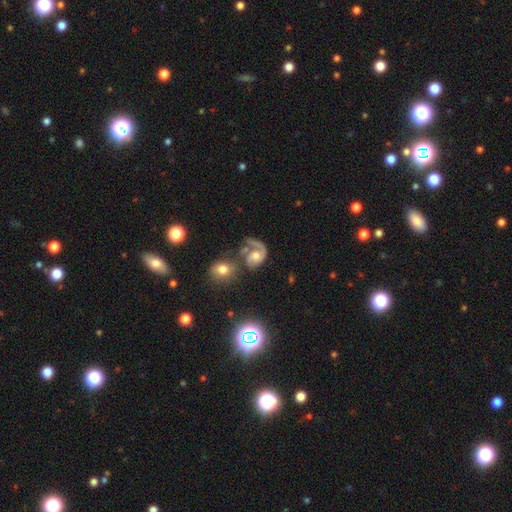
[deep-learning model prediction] smooth-or-featured: featured or disk: 75% | smooth: 17% | star or artifact: 8%
  disk-edge-on: no: 98% | yes: 2%
    bar: no: 71% | weak: 24% | strong: 5%
    has-spiral-arms: yes: 91% | no: 9%
      spiral-winding: medium: 42% | loose: 31% | tight: 28%
      spiral-arm-count: 1: 63% | 2: 28% | can't tell: 6% | 3: 2% | 4: 1% | more than 4: 1%
    bulge-size: moderate: 61% | small: 22% | large: 11% | none: 4% | dominant: 2%
  merging: major disturbance: 30% (tied) | none: 30% (tied) | merger: 25% | minor disturbance: 15%